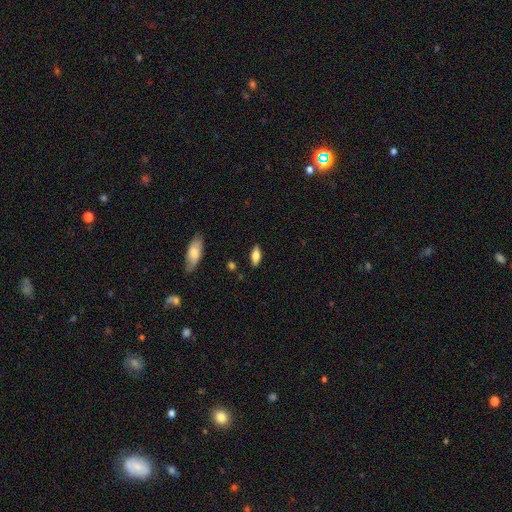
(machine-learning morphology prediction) smooth 75%, featured or disk 17%, star or artifact 7%. Down the decision tree: how rounded — in between (78%); merging — none (85%).